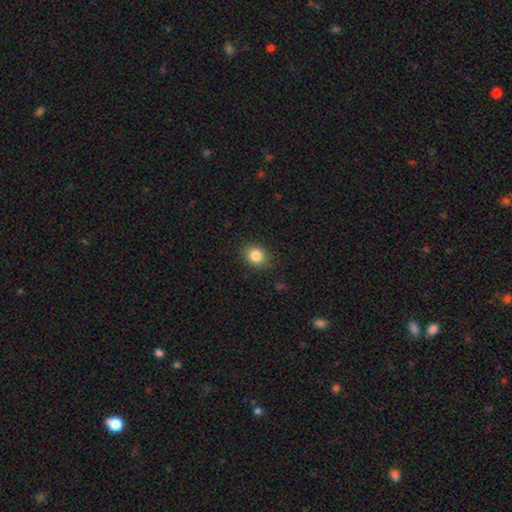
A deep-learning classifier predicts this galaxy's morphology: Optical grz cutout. It shows a smooth galaxy with no disk features (85%) that is round (64%). Merging: none (87%).